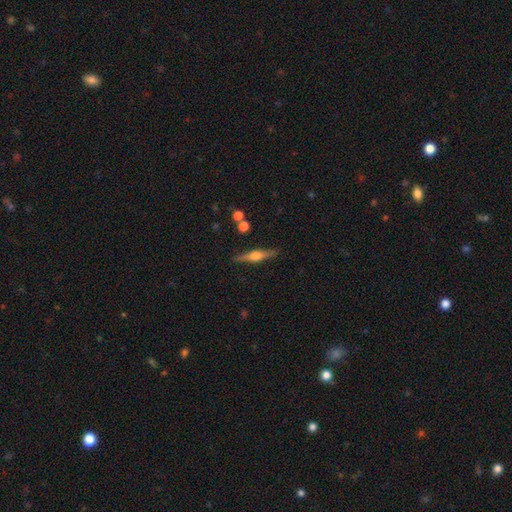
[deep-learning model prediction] This appears to be a featured or disk galaxy (71%) viewed edge-on (97%) with a rounded central bulge (90%). Merging: none (88%).